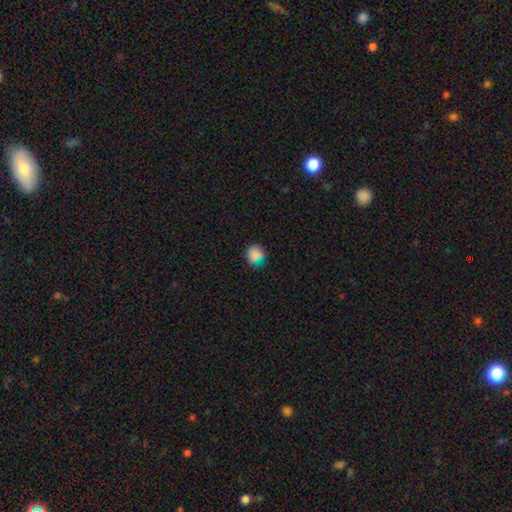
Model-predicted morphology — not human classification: Smooth or featured? Predicted: smooth (p=0.81). How rounded? Predicted: round (p=0.77). Merging? Predicted: none (p=0.76).